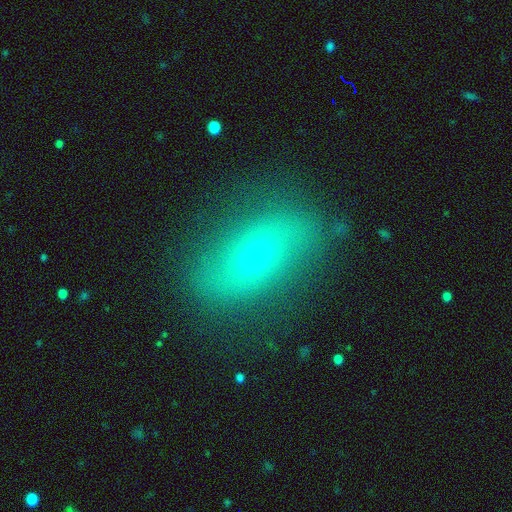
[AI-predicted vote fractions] smooth_or_featured: smooth (p=0.45) [alt: featured or disk p=0.40]
merging: none (p=0.81) [alt: minor disturbance p=0.13]